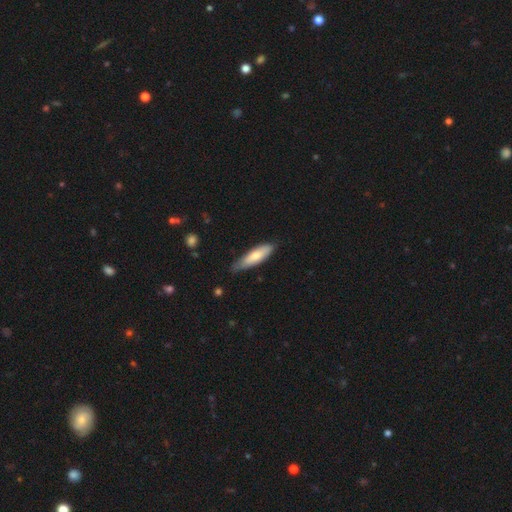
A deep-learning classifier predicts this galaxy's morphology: type=smooth (71%); roundness=cigar-shaped (57%); merging=none (68%).